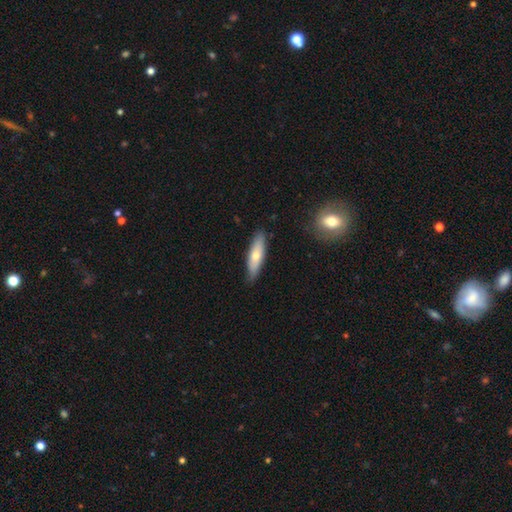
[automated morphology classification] Q: Smooth or featured?
A: smooth (63%); runner-up: featured or disk (31%)
Q: How rounded?
A: cigar-shaped (64%); runner-up: in between (34%)
Q: Merging?
A: none (85%); runner-up: minor disturbance (12%)